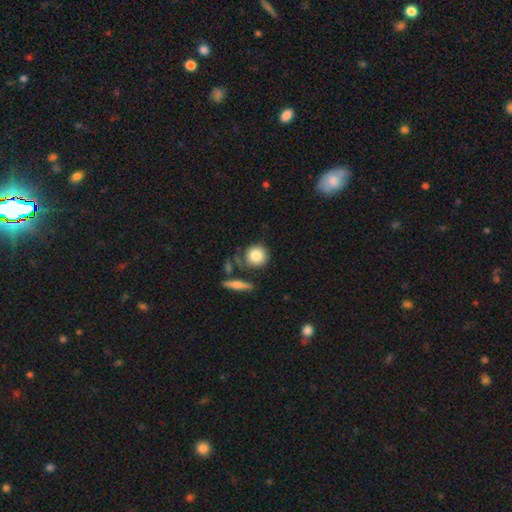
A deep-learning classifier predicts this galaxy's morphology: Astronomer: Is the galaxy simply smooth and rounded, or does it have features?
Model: smooth — 82%.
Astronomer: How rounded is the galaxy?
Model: round — 84%.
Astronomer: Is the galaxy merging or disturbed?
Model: none — 69%.